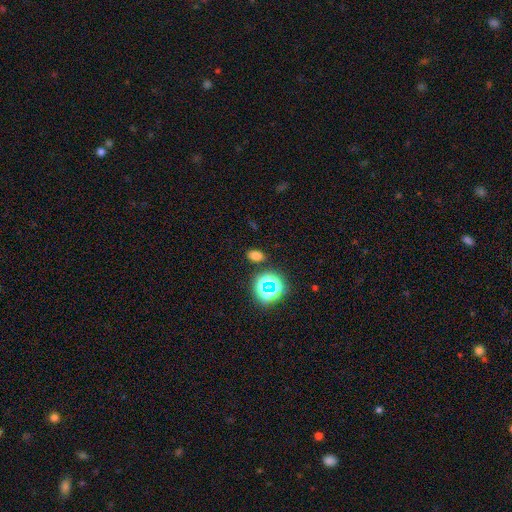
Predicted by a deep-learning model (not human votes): The model was most divided on "smooth or featured": smooth: 67%, star or artifact: 25%, featured or disk: 8%. More confident: merging — none (85%); how rounded — in between (75%).